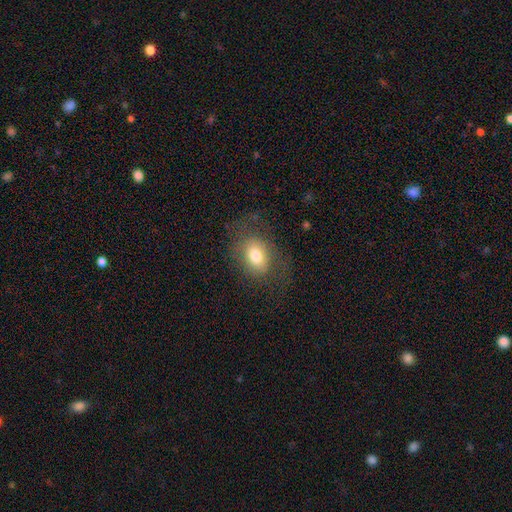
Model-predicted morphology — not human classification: Q: Smooth or featured?
A: smooth (73%); runner-up: featured or disk (17%)
Q: How rounded?
A: in between (69%); runner-up: round (30%)
Q: Merging?
A: none (68%); runner-up: minor disturbance (18%)